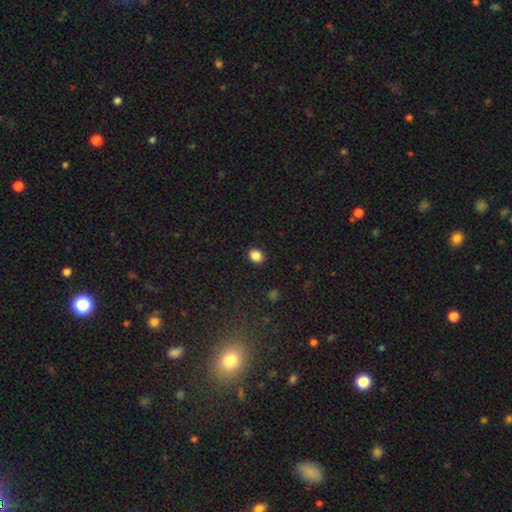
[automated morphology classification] The model was most divided on "how rounded": round: 61%, in between: 38%, cigar-shaped: 1%. More confident: merging — none (91%); smooth or featured — smooth (86%).